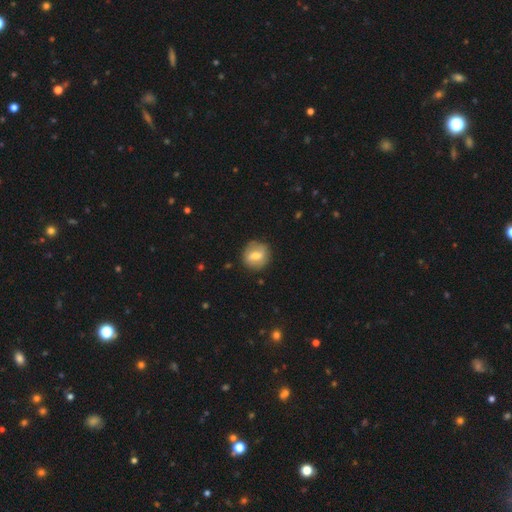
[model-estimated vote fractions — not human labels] A smooth galaxy with no disk features (55%) that is round (79%). Merging: none (82%).